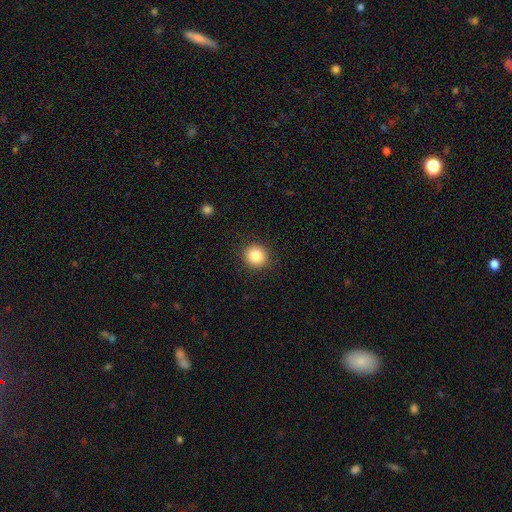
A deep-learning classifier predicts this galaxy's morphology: smooth-or-featured: smooth: 85% | star or artifact: 10% | featured or disk: 5%
  how-rounded: round: 89% | in between: 10% | cigar-shaped: 1%
  merging: none: 90% | minor disturbance: 6% | major disturbance: 2% | merger: 1%